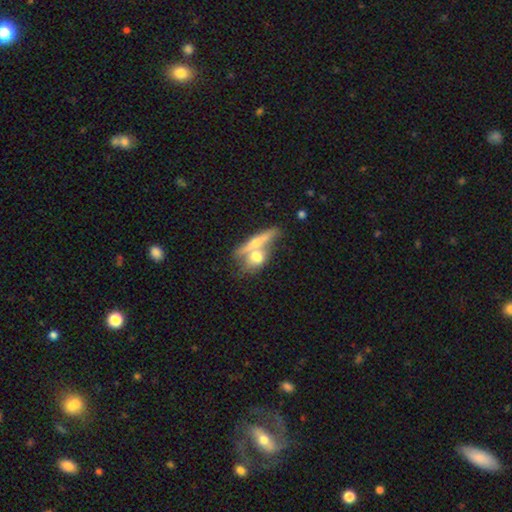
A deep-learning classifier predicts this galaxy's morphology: smooth 52%, featured or disk 40%, star or artifact 8%. Down the decision tree: how rounded — in between (45%); merging — merger (57%).